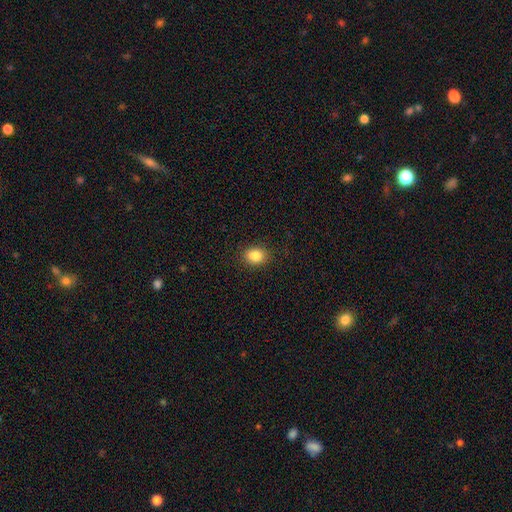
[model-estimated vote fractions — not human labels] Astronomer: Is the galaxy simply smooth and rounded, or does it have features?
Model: smooth — 84%.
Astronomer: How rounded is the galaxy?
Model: in between — 50% (runner-up: round, 49%).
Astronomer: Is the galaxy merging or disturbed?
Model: none — 88%.